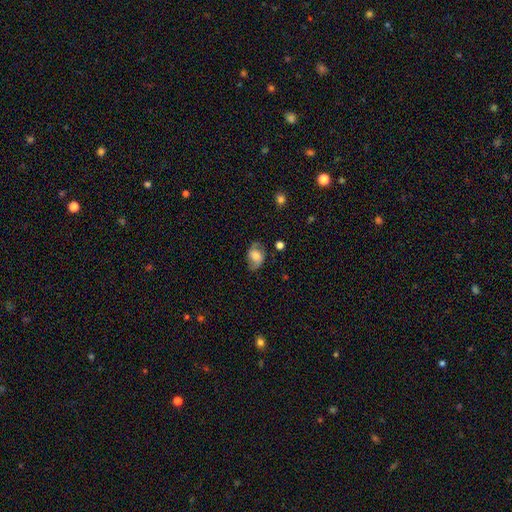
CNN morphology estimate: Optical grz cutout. It shows a smooth galaxy with no disk features (53%) that is in between round and cigar-shaped (76%). Merging: none (67%).